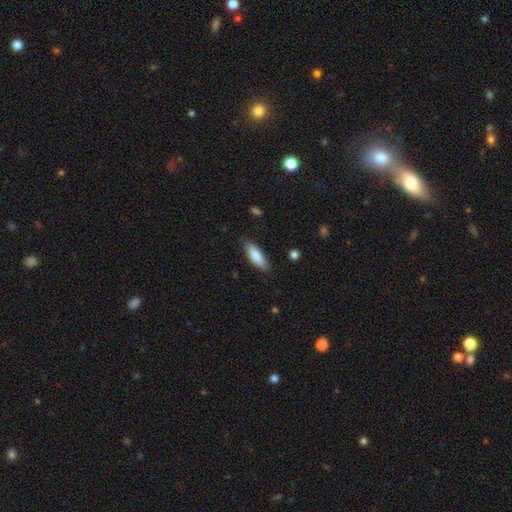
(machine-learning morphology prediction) A smooth galaxy with no disk features (84%) that is in between round and cigar-shaped (52%).

Vote fractions:
- Smooth or featured? smooth: 84% / featured or disk: 10% / star or artifact: 6%
- How rounded? in between: 52% / cigar-shaped: 46% / round: 1%
- Merging? none: 86% / minor disturbance: 11% / major disturbance: 2% / merger: 1%